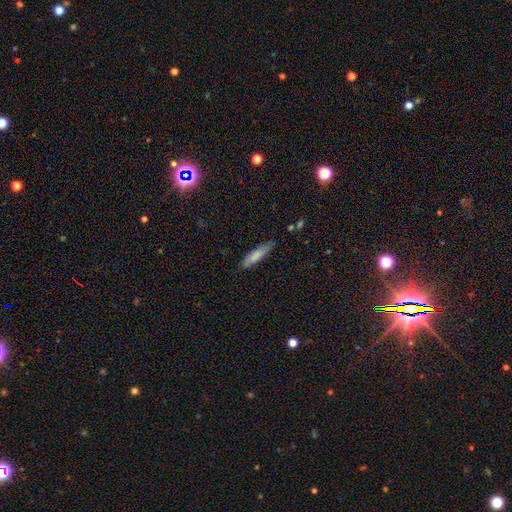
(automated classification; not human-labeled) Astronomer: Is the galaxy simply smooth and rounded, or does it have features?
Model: smooth — 79%.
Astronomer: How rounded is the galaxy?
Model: cigar-shaped — 76%.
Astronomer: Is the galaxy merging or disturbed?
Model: none — 78%.